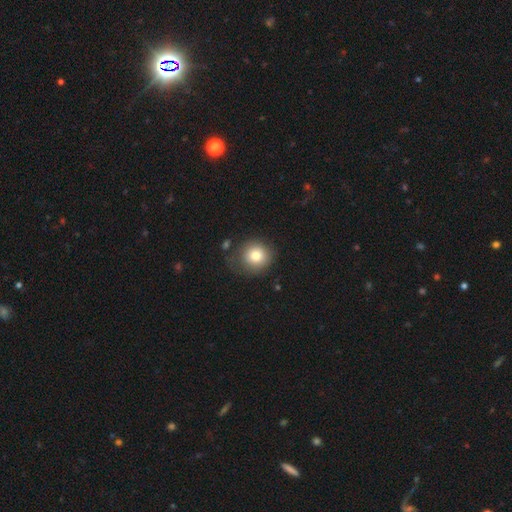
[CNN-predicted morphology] smooth 80%, featured or disk 11%, star or artifact 10%. Down the decision tree: how rounded — round (88%); merging — none (72%).